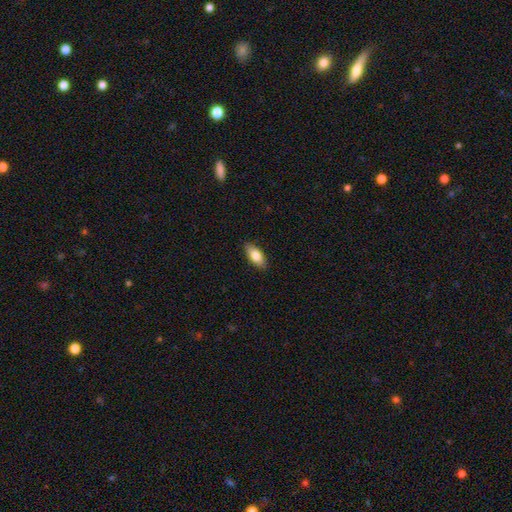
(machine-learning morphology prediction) A smooth galaxy with no disk features (79%) that is in between round and cigar-shaped (87%). Merging: none (88%).